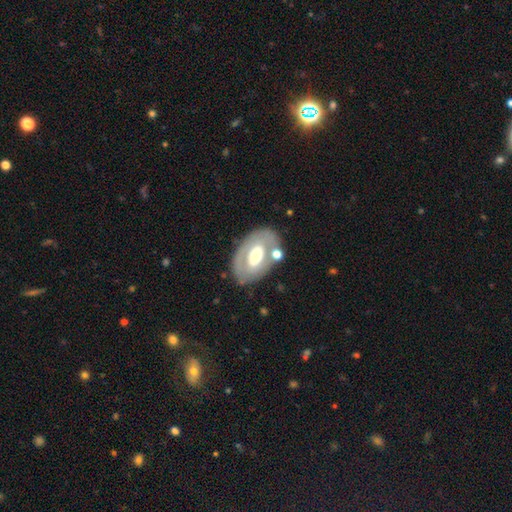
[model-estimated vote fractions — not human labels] This is possibly a featured or disk galaxy (57%). It is clearly not viewed edge-on (91%). Bar: likely no (67%). Spiral arm pattern: clearly no (82%). Central bulge: likely moderate (62%). Merging: likely none (67%).